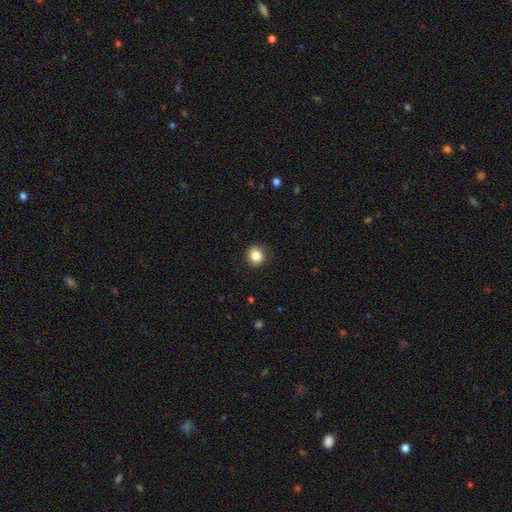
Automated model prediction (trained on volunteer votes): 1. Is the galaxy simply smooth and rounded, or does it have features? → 85% smooth, 10% star or artifact, 5% featured or disk.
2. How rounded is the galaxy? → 89% round, 10% in between, 1% cigar-shaped.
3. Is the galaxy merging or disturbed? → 90% none, 7% minor disturbance, 2% major disturbance, 1% merger.